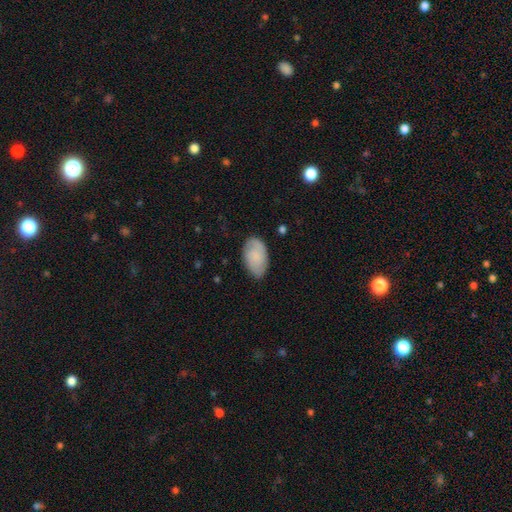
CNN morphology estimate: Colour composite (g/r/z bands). It shows a smooth galaxy with no disk features (69%) that is in between round and cigar-shaped (93%). Merging: none (79%).